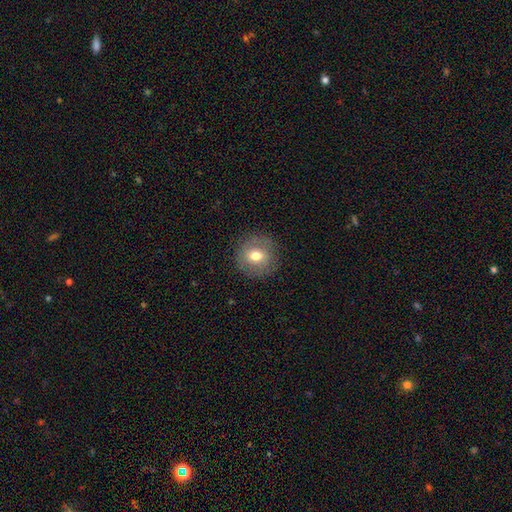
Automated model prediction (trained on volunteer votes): Smooth or featured?
  - smooth: 64% *
  - featured or disk: 27%
  - star or artifact: 9%
How rounded?
  - round: 89% *
  - in between: 10%
  - cigar-shaped: 1%
Merging?
  - none: 85% *
  - minor disturbance: 10%
  - major disturbance: 4%
  - merger: 1%